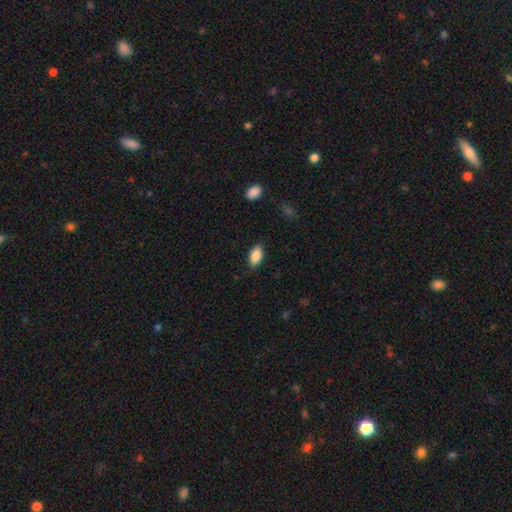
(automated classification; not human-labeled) Overall: smooth (87%). How rounded: in between (91%). Merging: none (85%).